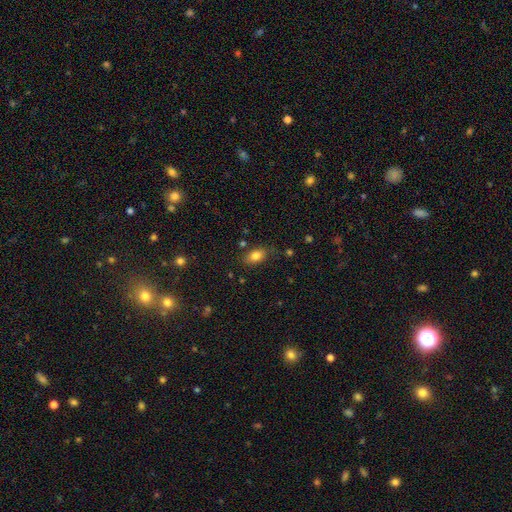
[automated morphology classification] Smooth or featured?
  - smooth: 82% *
  - star or artifact: 9%
  - featured or disk: 8%
How rounded?
  - in between: 86% *
  - round: 12%
  - cigar-shaped: 3%
Merging?
  - none: 76% *
  - minor disturbance: 16%
  - major disturbance: 4%
  - merger: 3%